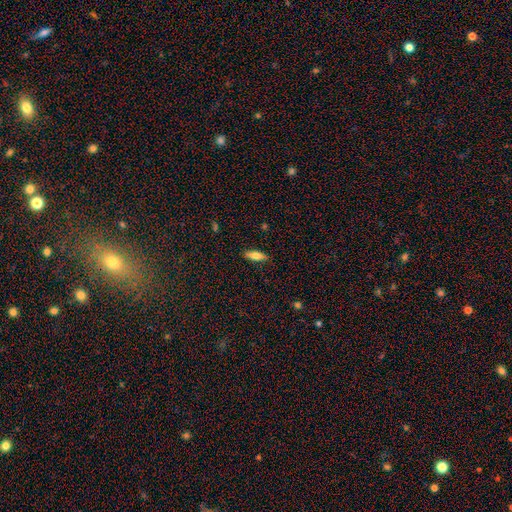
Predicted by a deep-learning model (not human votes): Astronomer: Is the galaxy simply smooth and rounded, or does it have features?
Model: smooth — 72%.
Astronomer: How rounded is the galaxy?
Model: in between — 56% (runner-up: cigar-shaped, 41%).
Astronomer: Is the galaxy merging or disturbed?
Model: none — 88%.